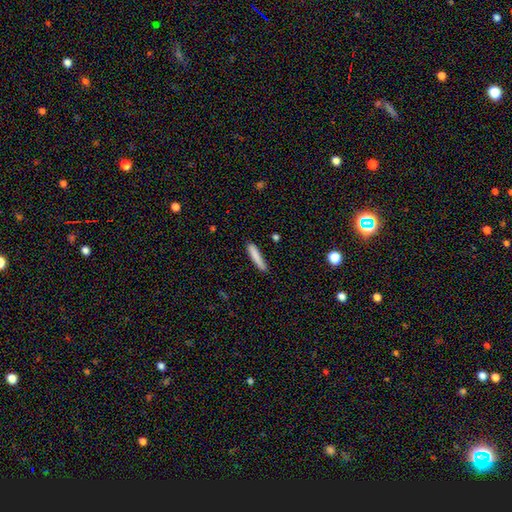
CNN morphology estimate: This is clearly a smooth galaxy (83%). How rounded: clearly cigar-shaped (90%). Merging: likely none (80%).